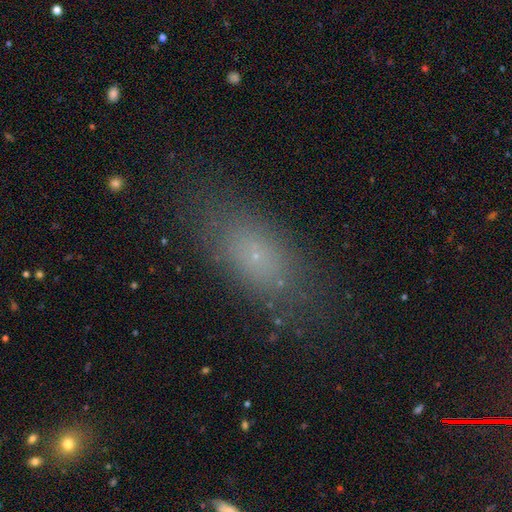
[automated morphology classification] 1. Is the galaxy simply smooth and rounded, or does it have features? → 67% smooth, 17% star or artifact, 16% featured or disk.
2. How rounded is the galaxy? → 76% in between, 16% cigar-shaped, 8% round.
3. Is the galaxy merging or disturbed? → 79% none, 14% minor disturbance, 6% major disturbance, 1% merger.